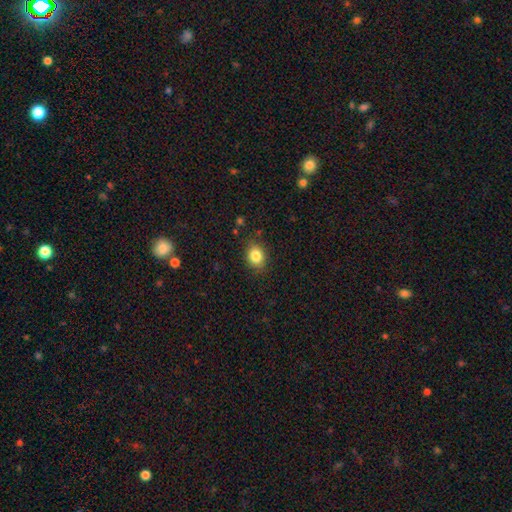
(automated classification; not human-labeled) smooth_or_featured: smooth (p=0.84) [alt: star or artifact p=0.10]
how_rounded: in between (p=0.52) [alt: round p=0.47]
merging: none (p=0.84) [alt: minor disturbance p=0.12]